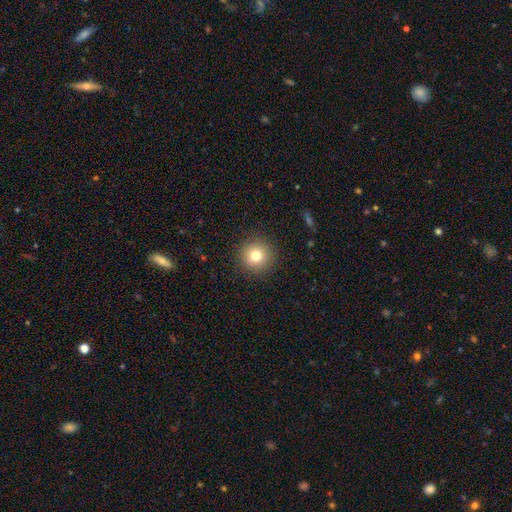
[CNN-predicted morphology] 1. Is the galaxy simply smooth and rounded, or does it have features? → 78% smooth, 12% star or artifact, 9% featured or disk.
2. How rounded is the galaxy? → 95% round, 4% in between, 1% cigar-shaped.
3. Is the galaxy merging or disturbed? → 91% none, 5% minor disturbance, 2% major disturbance, 1% merger.